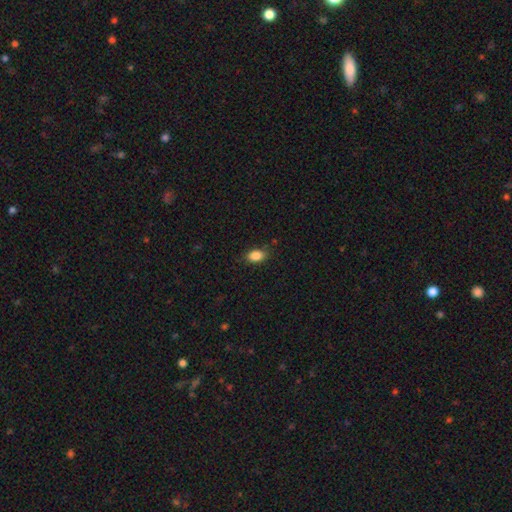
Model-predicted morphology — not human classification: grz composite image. It shows a smooth galaxy with no disk features (87%) that is in between round and cigar-shaped (87%). Merging: none (84%).